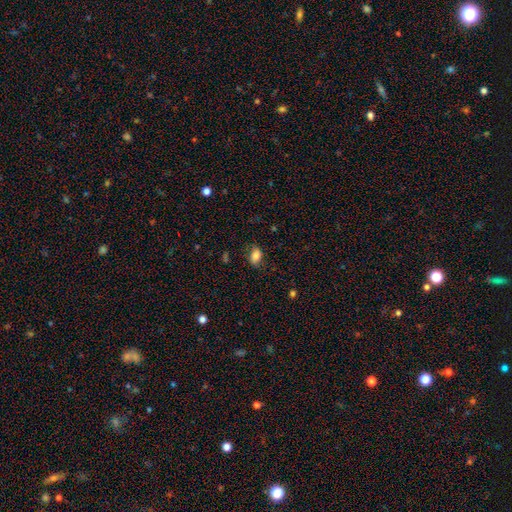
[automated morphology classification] Smooth or featured? smooth (82%)
How rounded? in between (85%)
Merging? none (78%)